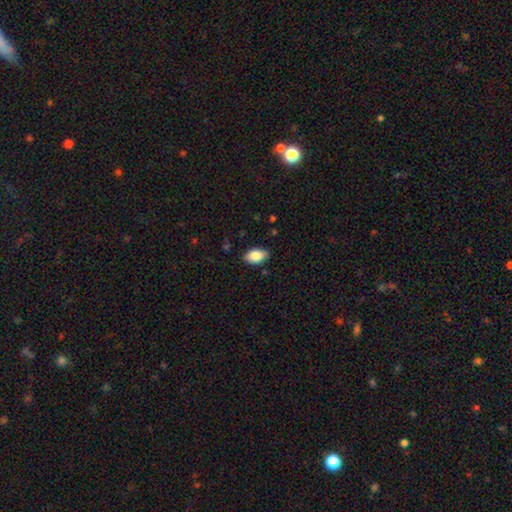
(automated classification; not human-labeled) Morphology: type=smooth (85%); roundness=in between (93%); merging=none (85%).